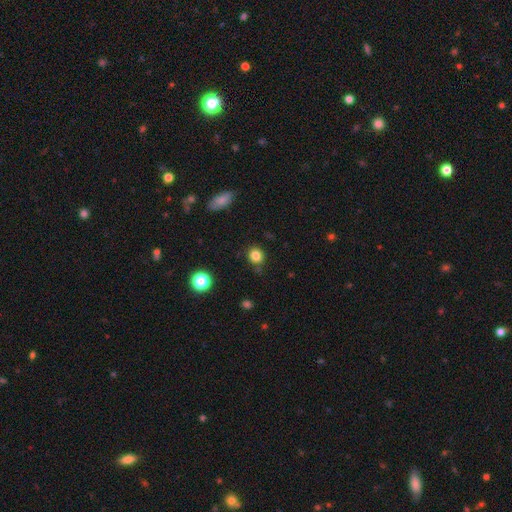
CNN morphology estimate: This is clearly a smooth galaxy (82%). How rounded: clearly round (84%). Merging: clearly none (84%).